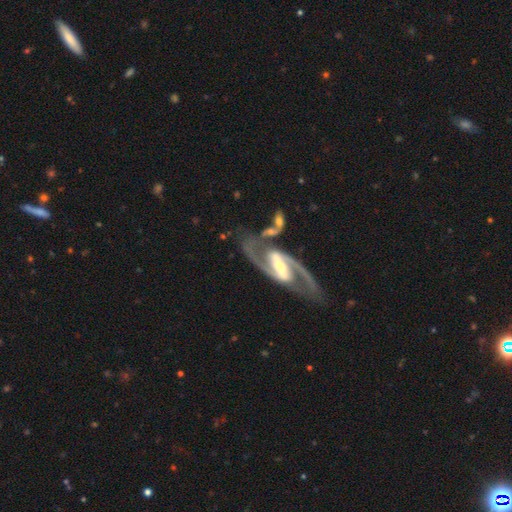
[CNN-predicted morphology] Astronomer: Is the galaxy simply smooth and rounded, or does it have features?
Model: featured or disk — 91%.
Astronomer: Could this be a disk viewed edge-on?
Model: no — 94%.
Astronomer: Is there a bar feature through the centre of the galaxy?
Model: strong — 52% (runner-up: weak, 36%).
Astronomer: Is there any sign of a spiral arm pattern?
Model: yes — 97%.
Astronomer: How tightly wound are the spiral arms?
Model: medium — 61%.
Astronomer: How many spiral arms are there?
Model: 2 — 93%.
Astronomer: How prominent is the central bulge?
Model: moderate — 43% (runner-up: small, 37%).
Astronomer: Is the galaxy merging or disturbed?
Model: none — 73%.